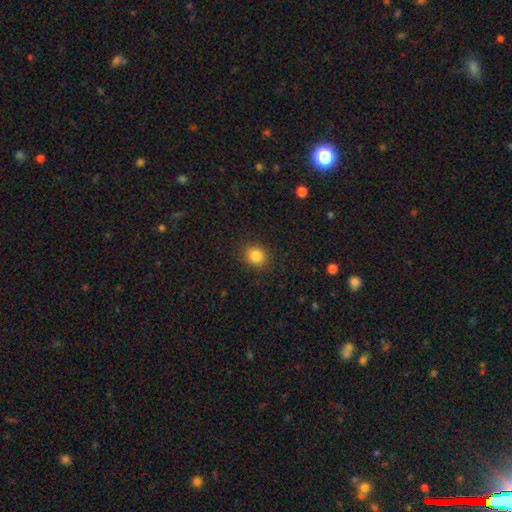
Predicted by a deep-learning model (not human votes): Smooth or featured? smooth (84%)
How rounded? round (75%)
Merging? none (90%)